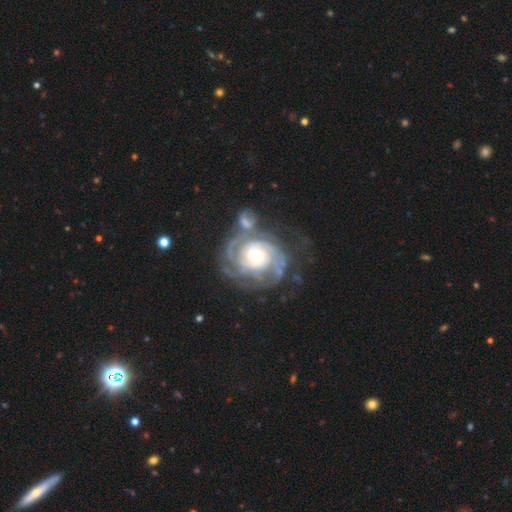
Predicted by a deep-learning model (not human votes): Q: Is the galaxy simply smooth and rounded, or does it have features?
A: featured or disk — 89%.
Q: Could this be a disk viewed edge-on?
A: no — 97%.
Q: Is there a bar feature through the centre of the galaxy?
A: no — 72%.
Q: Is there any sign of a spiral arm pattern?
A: yes — 96%.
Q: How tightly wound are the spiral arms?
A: tight — 74%.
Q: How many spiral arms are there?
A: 2 — 29%.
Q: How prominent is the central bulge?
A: moderate — 64%.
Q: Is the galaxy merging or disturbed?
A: none — 48%.